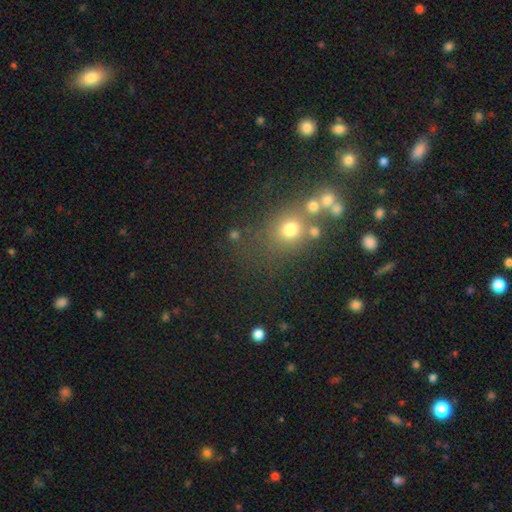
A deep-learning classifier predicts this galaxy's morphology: The model was most divided on "smooth or featured": smooth: 50%, star or artifact: 38%, featured or disk: 12%. More confident: how rounded — round (79%); merging — none (61%).